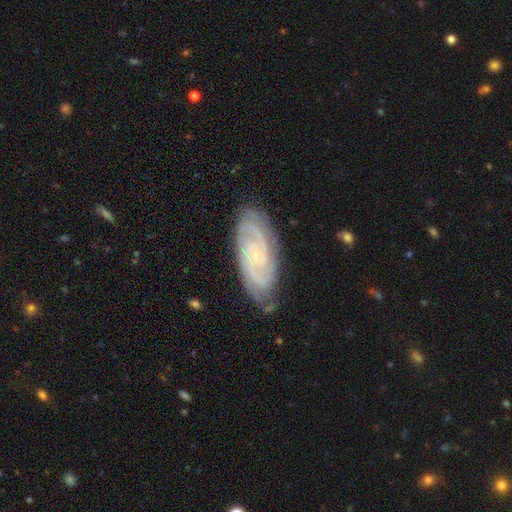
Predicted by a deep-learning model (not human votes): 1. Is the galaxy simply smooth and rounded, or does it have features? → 86% featured or disk, 9% smooth, 6% star or artifact.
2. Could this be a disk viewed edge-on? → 95% no, 5% yes.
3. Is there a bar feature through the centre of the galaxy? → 69% no, 25% weak, 6% strong.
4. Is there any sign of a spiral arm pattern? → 98% yes, 2% no.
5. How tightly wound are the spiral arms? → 71% tight, 25% medium, 4% loose.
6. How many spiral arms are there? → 41% 2, 22% 3, 17% can't tell, 10% 4, 5% more than 4, 5% 1.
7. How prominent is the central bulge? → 81% small, 8% moderate, 8% none, 1% large, 1% dominant.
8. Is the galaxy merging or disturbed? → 78% none, 17% minor disturbance, 4% major disturbance, 1% merger.